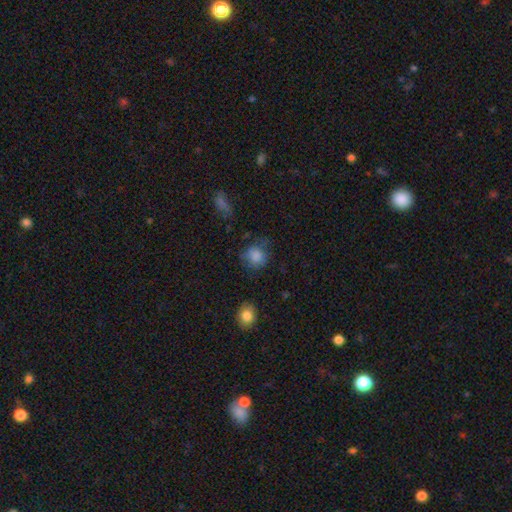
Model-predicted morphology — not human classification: The model was most divided on "merging": none: 62%, minor disturbance: 24%, major disturbance: 11%, merger: 3%. More confident: smooth or featured — smooth (82%); how rounded — round (82%).